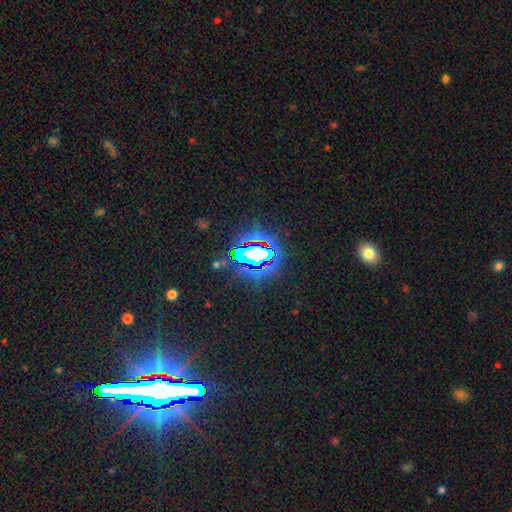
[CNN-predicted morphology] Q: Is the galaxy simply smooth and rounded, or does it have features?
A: star or artifact — 76%.